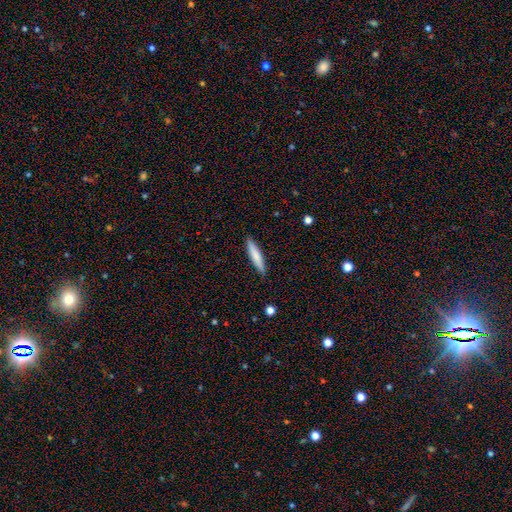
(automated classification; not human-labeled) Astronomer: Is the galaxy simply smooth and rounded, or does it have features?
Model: smooth — 73%.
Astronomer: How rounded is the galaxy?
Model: cigar-shaped — 90%.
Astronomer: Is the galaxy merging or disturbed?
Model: none — 89%.